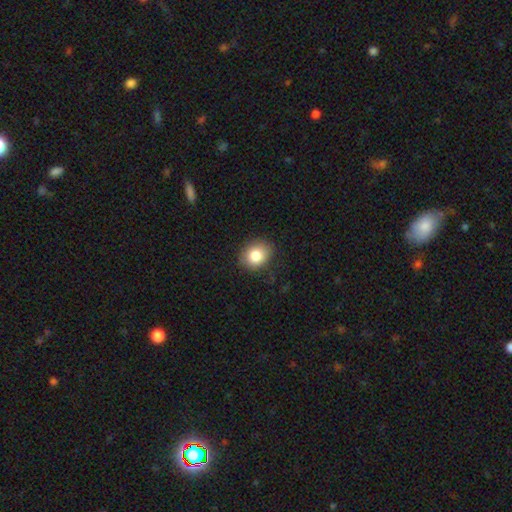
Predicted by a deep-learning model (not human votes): smooth-or-featured: smooth: 83% | star or artifact: 9% | featured or disk: 8%
  how-rounded: round: 54% | in between: 45% | cigar-shaped: 1%
  merging: none: 84% | minor disturbance: 12% | major disturbance: 3% | merger: 1%